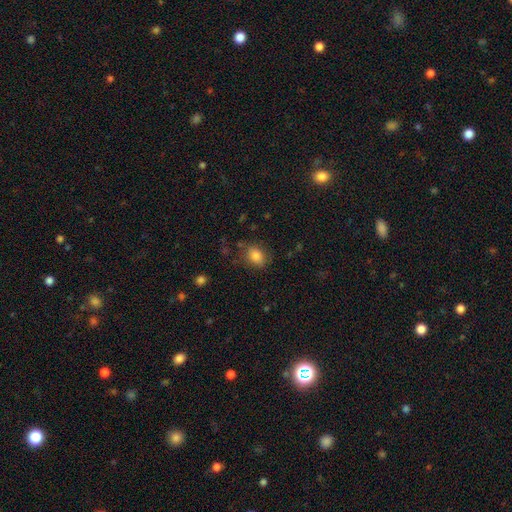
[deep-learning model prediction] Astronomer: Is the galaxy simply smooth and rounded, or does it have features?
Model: smooth — 83%.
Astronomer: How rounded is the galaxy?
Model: in between — 68%.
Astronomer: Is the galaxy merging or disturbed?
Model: none — 75%.